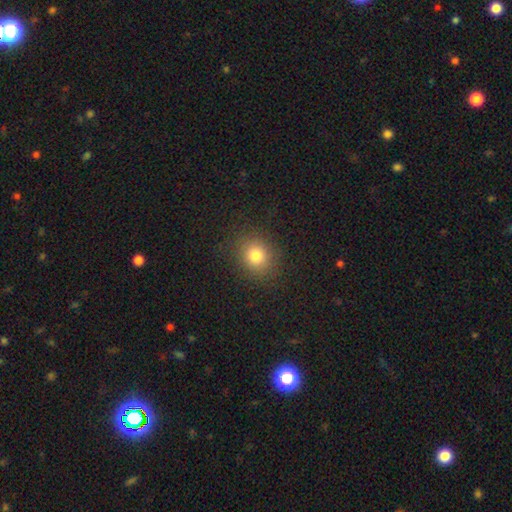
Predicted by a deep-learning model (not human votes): This is likely a smooth galaxy (79%). How rounded: likely round (77%). Merging: clearly none (88%).